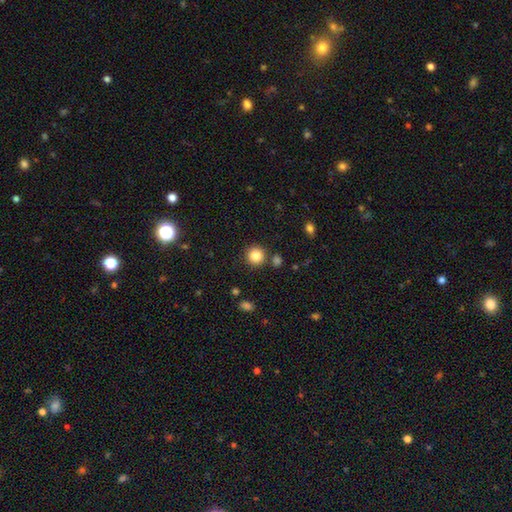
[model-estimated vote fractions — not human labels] A smooth galaxy with no disk features (85%) that is round (93%). Merging: none (84%).